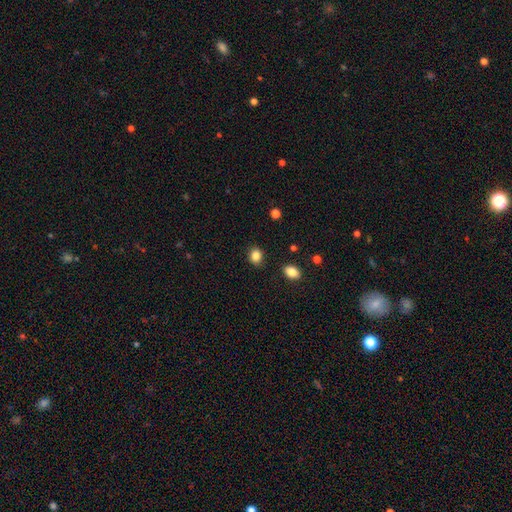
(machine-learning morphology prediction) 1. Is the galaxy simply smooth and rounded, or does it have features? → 86% smooth, 10% star or artifact, 4% featured or disk.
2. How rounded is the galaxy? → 60% round, 39% in between, 1% cigar-shaped.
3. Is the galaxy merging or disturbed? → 87% none, 9% minor disturbance, 2% major disturbance, 2% merger.